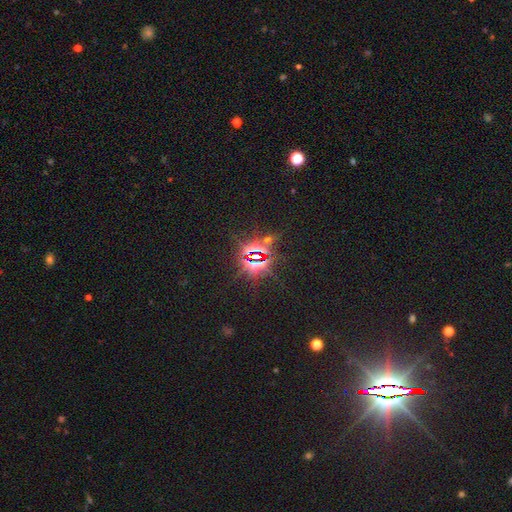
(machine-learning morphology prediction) Overall: star or artifact (83%).